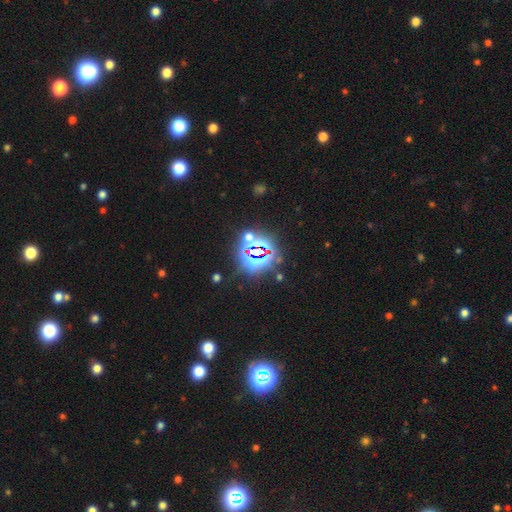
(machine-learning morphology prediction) type=star or artifact (80%).